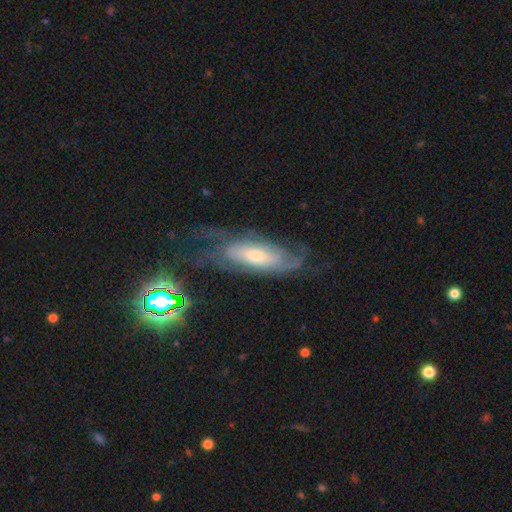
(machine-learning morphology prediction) A featured or disk galaxy (72%) with no bar (63%), tight (42%) spiral arms (87%) and a moderate central bulge (50%).

Vote fractions:
- Smooth or featured? featured or disk: 72% / smooth: 19% / star or artifact: 9%
- Edge-on disk? no: 84% / yes: 16%
- Bar? no: 63% / weak: 28% / strong: 9%
- Spiral arms? yes: 87% / no: 13%
- Spiral winding? tight: 42% / medium: 38% / loose: 19%
- Spiral arm count? can't tell: 46% / 2: 34% / 3: 8% / 1: 6% / 4: 4% / more than 4: 3%
- Bulge size? moderate: 50% / small: 40% / large: 6% / none: 2% / dominant: 1%
- Merging? none: 55% / minor disturbance: 22% / major disturbance: 21% / merger: 2%